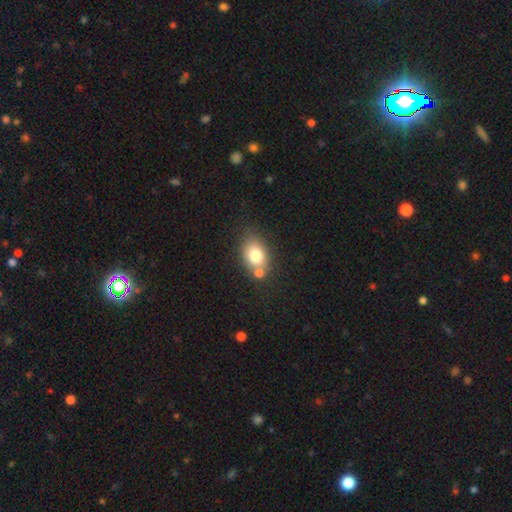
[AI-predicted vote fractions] Q: Smooth or featured?
A: smooth (77%); runner-up: featured or disk (14%)
Q: How rounded?
A: in between (74%); runner-up: round (25%)
Q: Merging?
A: none (54%); runner-up: merger (27%)